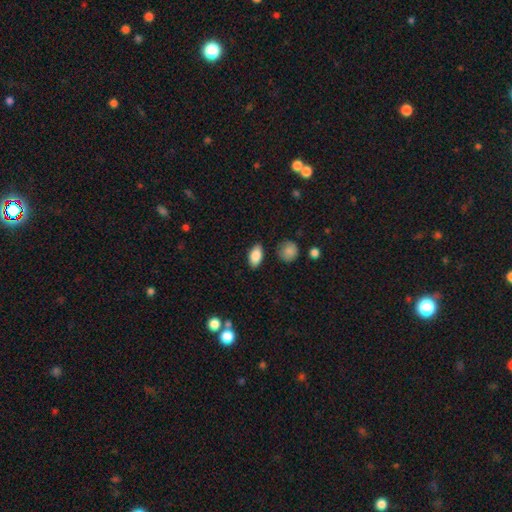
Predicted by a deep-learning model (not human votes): Smooth or featured?
  - smooth: 86% *
  - star or artifact: 7%
  - featured or disk: 7%
How rounded?
  - in between: 91% *
  - round: 5%
  - cigar-shaped: 4%
Merging?
  - none: 84% *
  - minor disturbance: 11%
  - major disturbance: 3%
  - merger: 2%